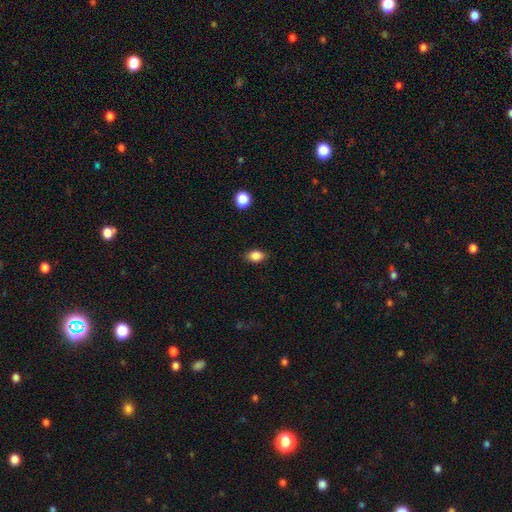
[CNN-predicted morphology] Smooth or featured?
  - smooth: 86% *
  - star or artifact: 9%
  - featured or disk: 5%
How rounded?
  - in between: 80% *
  - round: 18%
  - cigar-shaped: 2%
Merging?
  - none: 85% *
  - minor disturbance: 11%
  - major disturbance: 3%
  - merger: 1%